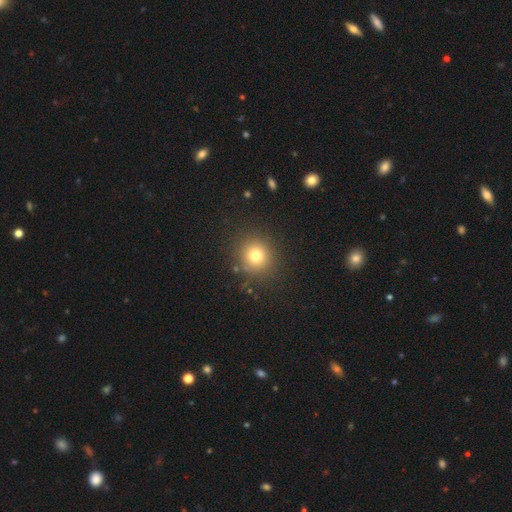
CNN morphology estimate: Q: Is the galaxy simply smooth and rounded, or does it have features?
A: smooth — 75%.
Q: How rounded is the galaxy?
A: round — 89%.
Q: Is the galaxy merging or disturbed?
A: none — 87%.